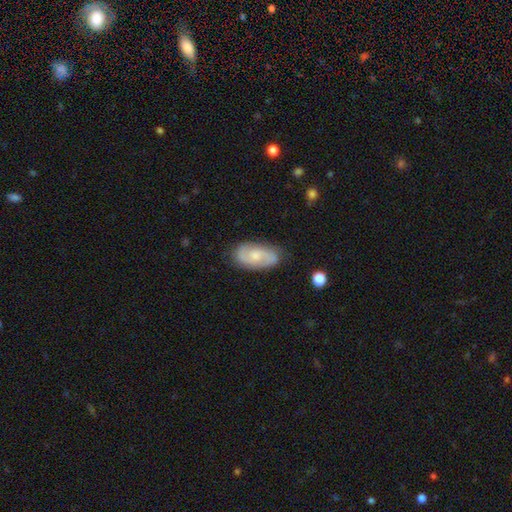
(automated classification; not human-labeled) Smooth or featured? featured or disk (65%)
Edge-on disk? no (95%)
Bar? no (59%)
Spiral arms? yes (91%)
Spiral winding? medium (47%)
Spiral arm count? 2 (82%)
Bulge size? small (47%)
Merging? none (76%)